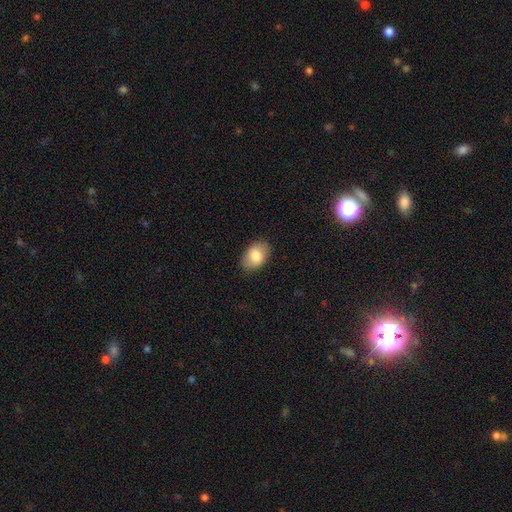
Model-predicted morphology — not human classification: smooth 84%, featured or disk 10%, star or artifact 7%. Down the decision tree: how rounded — in between (85%); merging — none (85%).